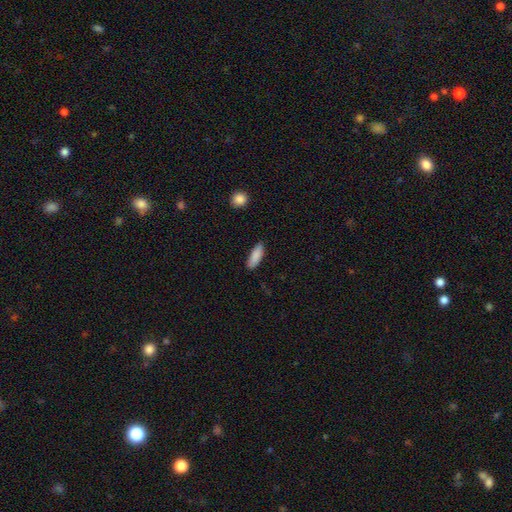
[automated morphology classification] smooth-or-featured: smooth: 88% | star or artifact: 6% | featured or disk: 6%
  how-rounded: in between: 65% | cigar-shaped: 33% | round: 2%
  merging: none: 85% | minor disturbance: 12% | major disturbance: 2% | merger: 1%